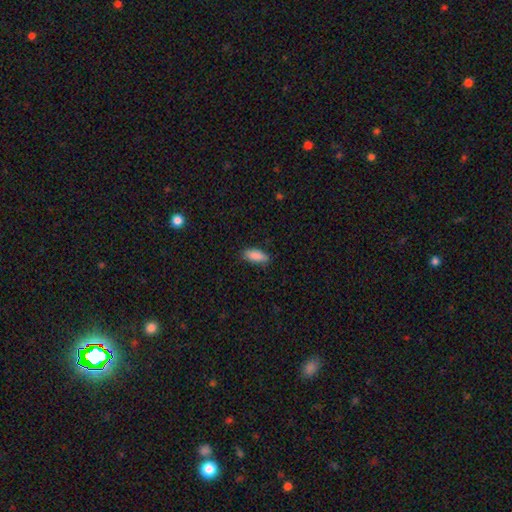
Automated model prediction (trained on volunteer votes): A smooth galaxy with no disk features (89%) that is in between round and cigar-shaped (82%). Merging: none (83%).